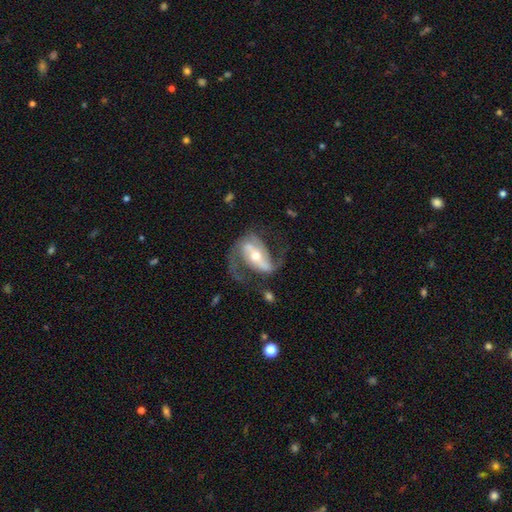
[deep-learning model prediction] smooth_or_featured: featured or disk (p=0.86) [alt: smooth p=0.09]
disk_edge_on: no (p=0.96) [alt: yes p=0.04]
bar: strong (p=0.53) [alt: weak p=0.29]
has_spiral_arms: yes (p=0.94) [alt: no p=0.06]
spiral_winding: medium (p=0.45) [alt: loose p=0.43]
spiral_arm_count: 2 (p=0.88) [alt: 1 p=0.04]
bulge_size: moderate (p=0.59) [alt: small p=0.34]
merging: none (p=0.58) [alt: major disturbance p=0.22]